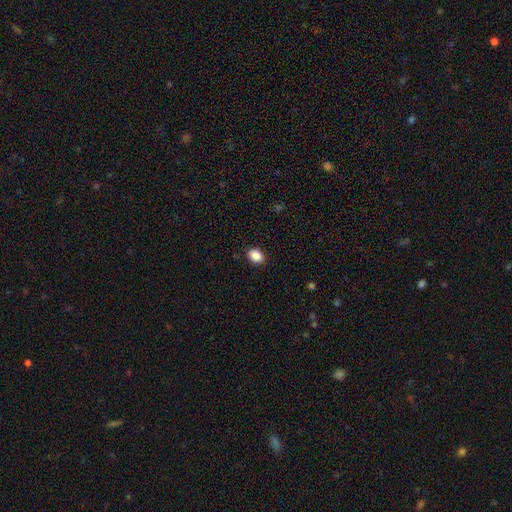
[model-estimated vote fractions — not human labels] Q: Smooth or featured?
A: smooth (88%); runner-up: star or artifact (8%)
Q: How rounded?
A: in between (66%); runner-up: round (33%)
Q: Merging?
A: none (90%); runner-up: minor disturbance (7%)